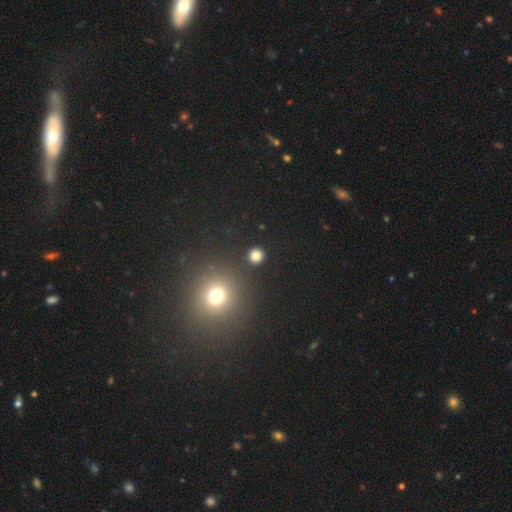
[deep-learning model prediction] smooth_or_featured: smooth (p=0.80) [alt: star or artifact p=0.15]
how_rounded: round (p=0.92) [alt: in between p=0.07]
merging: none (p=0.90) [alt: minor disturbance p=0.05]